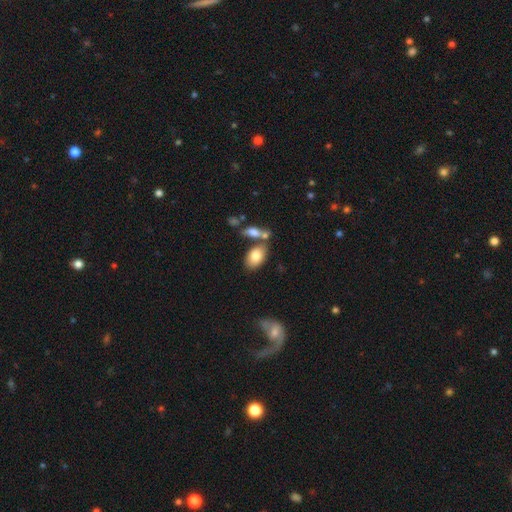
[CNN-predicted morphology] Smooth or featured?
  - smooth: 81% *
  - featured or disk: 12%
  - star or artifact: 7%
How rounded?
  - in between: 92% *
  - round: 6%
  - cigar-shaped: 2%
Merging?
  - none: 60% *
  - merger: 23%
  - minor disturbance: 13%
  - major disturbance: 4%